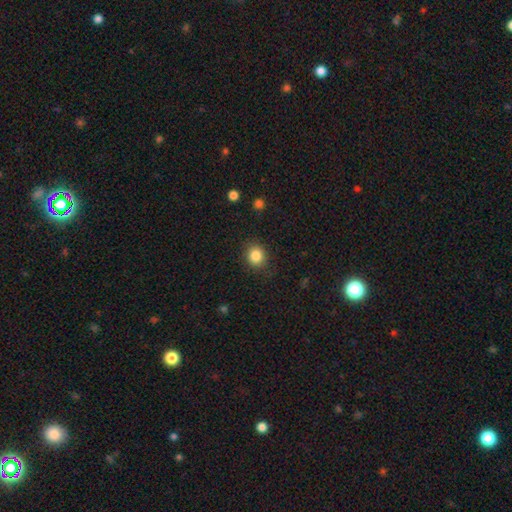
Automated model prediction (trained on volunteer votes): Smooth or featured?
  - smooth: 85% *
  - star or artifact: 10%
  - featured or disk: 5%
How rounded?
  - round: 79% *
  - in between: 20%
  - cigar-shaped: 1%
Merging?
  - none: 86% *
  - minor disturbance: 10%
  - major disturbance: 3%
  - merger: 1%